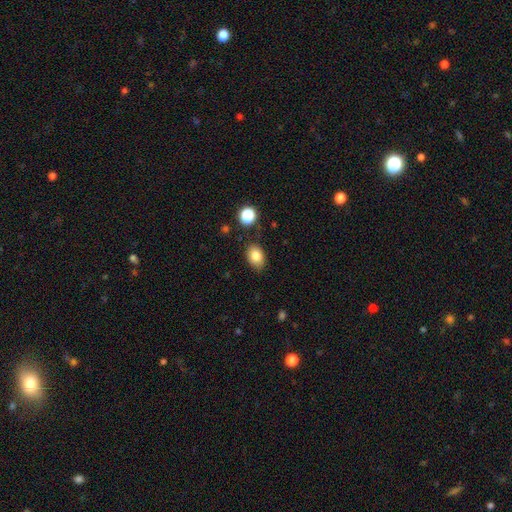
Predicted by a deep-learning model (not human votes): Morphology: type=smooth (83%); roundness=in between (76%); merging=none (81%).